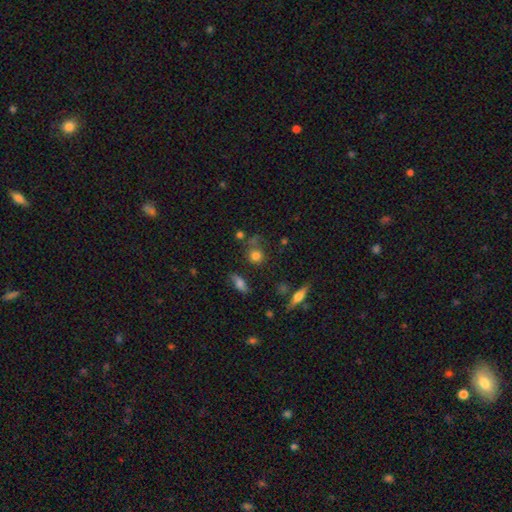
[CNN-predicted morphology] A smooth galaxy with no disk features (73%) that is round (83%). Merging: none (58%).